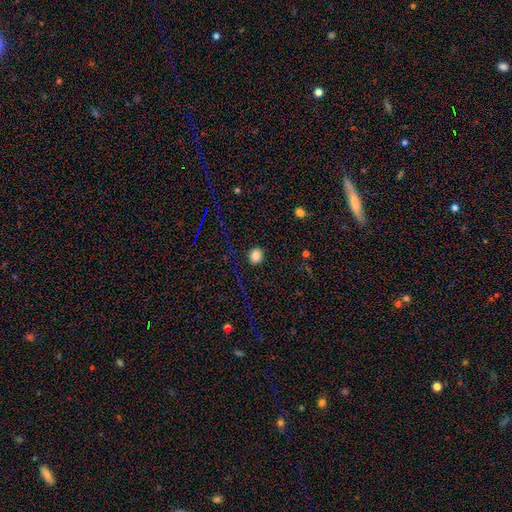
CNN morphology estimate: This is clearly a smooth galaxy (84%). How rounded: likely round (72%). Merging: clearly none (89%).